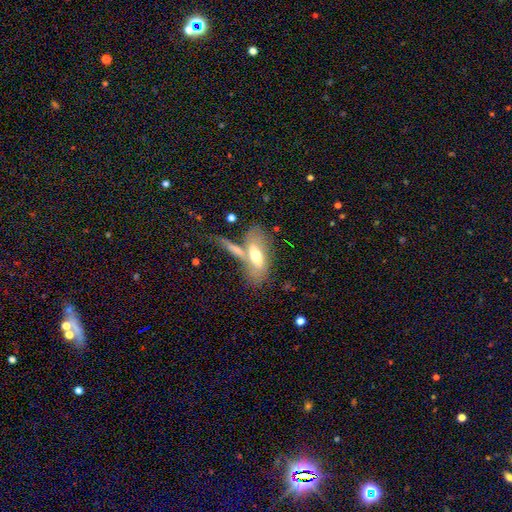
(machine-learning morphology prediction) smooth_or_featured: smooth (p=0.53) [alt: featured or disk p=0.40]
how_rounded: in between (p=0.78) [alt: cigar-shaped p=0.19]
merging: none (p=0.42) [alt: merger p=0.34]